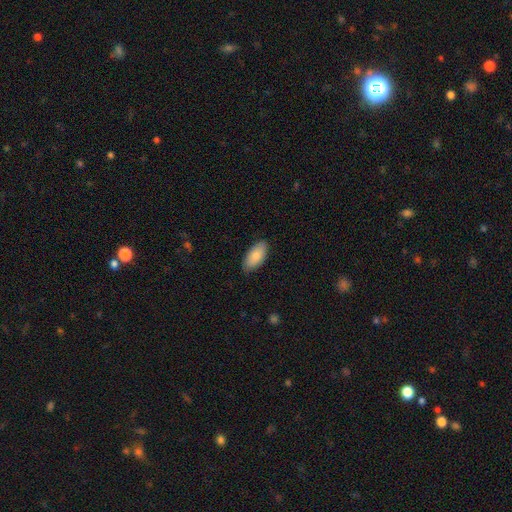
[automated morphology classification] Smooth or featured? Predicted: smooth (p=0.85). How rounded? Predicted: in between (p=0.92). Merging? Predicted: none (p=0.85).